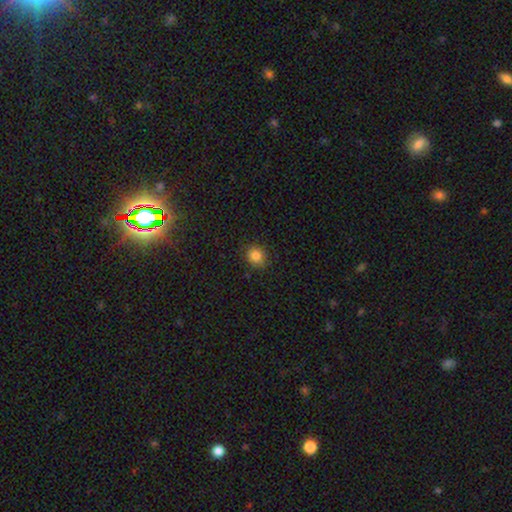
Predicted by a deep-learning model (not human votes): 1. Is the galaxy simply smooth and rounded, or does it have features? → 84% smooth, 11% star or artifact, 5% featured or disk.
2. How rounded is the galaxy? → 78% round, 21% in between, 1% cigar-shaped.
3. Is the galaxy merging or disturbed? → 87% none, 9% minor disturbance, 2% major disturbance, 1% merger.